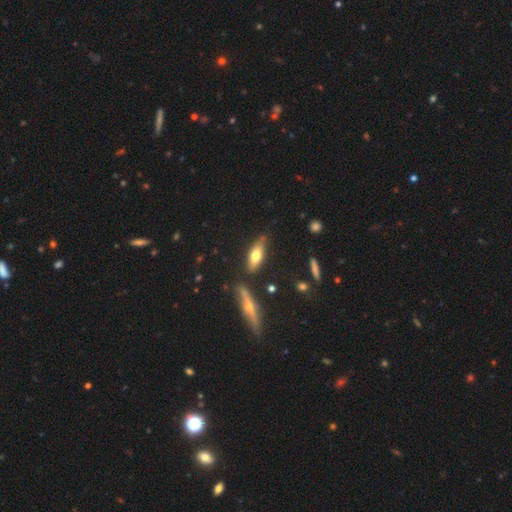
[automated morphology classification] smooth 60%, featured or disk 32%, star or artifact 7%. Down the decision tree: how rounded — in between (65%); merging — none (74%).